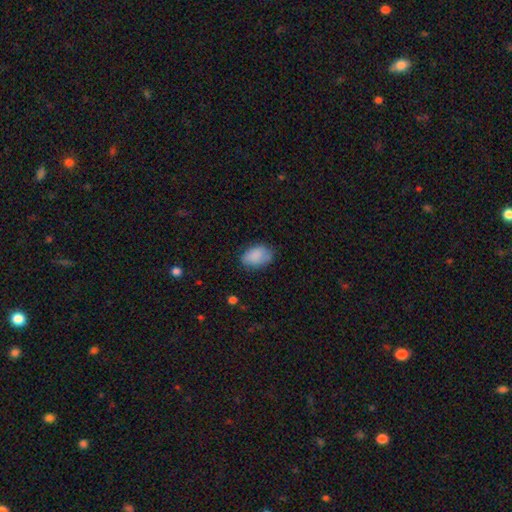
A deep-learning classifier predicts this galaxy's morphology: smooth 86%, star or artifact 7%, featured or disk 7%. Down the decision tree: how rounded — in between (86%); merging — none (72%).